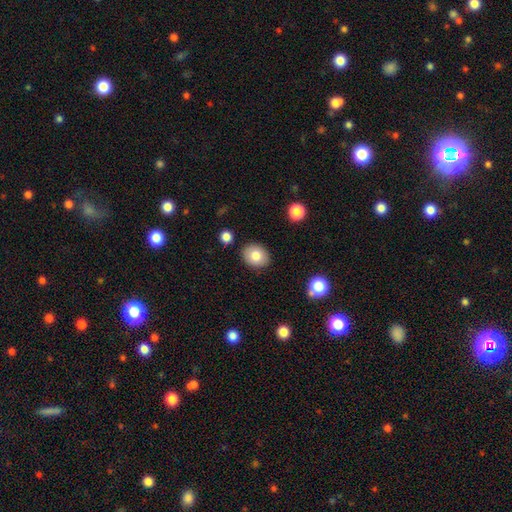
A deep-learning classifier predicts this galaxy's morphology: Overall: smooth (81%). How rounded: round (52%; in between 47%). Merging: none (87%).